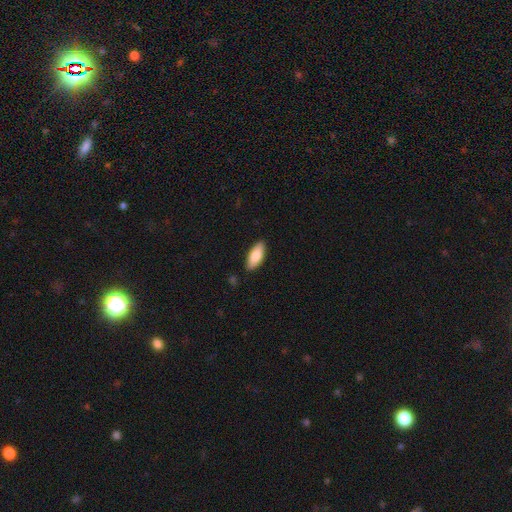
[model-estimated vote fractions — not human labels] Morphology: type=smooth (82%); roundness=in between (81%); merging=none (88%).